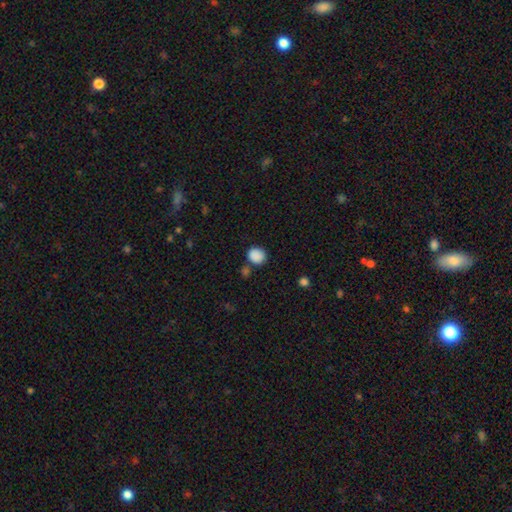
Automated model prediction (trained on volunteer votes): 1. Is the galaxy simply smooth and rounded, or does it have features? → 87% smooth, 9% star or artifact, 3% featured or disk.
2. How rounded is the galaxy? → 75% round, 24% in between, 1% cigar-shaped.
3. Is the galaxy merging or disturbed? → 73% none, 14% minor disturbance, 9% merger, 4% major disturbance.